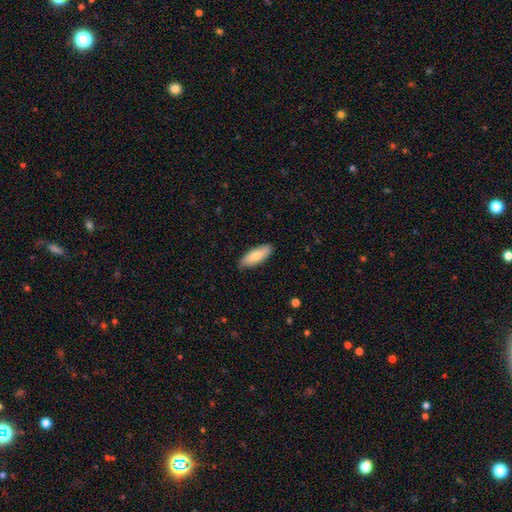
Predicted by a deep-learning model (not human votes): A smooth galaxy with no disk features (80%) that is in between round and cigar-shaped (74%).

Vote fractions:
- Smooth or featured? smooth: 80% / featured or disk: 15% / star or artifact: 5%
- How rounded? in between: 74% / cigar-shaped: 24% / round: 2%
- Merging? none: 81% / minor disturbance: 15% / major disturbance: 2% / merger: 1%